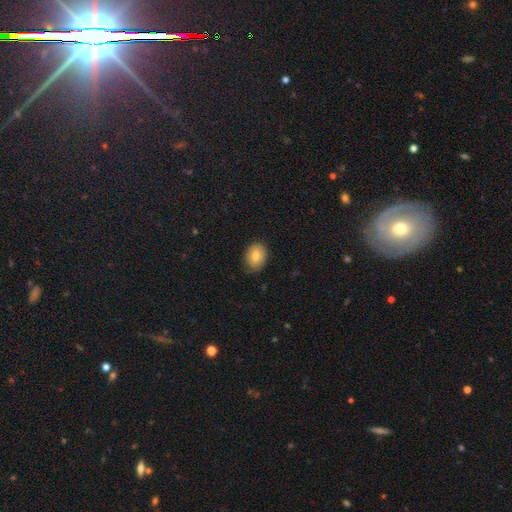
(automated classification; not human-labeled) smooth 76%, featured or disk 15%, star or artifact 8%. Down the decision tree: how rounded — in between (63%); merging — none (79%).